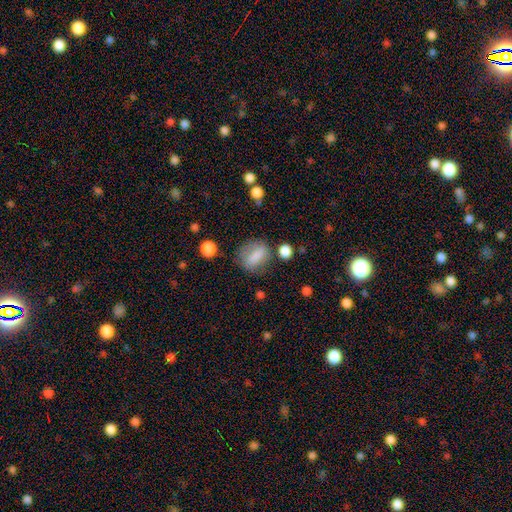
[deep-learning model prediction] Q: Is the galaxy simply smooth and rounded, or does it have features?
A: smooth — 75%.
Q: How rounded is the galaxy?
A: in between — 58%.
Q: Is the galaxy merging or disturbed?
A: none — 63%.